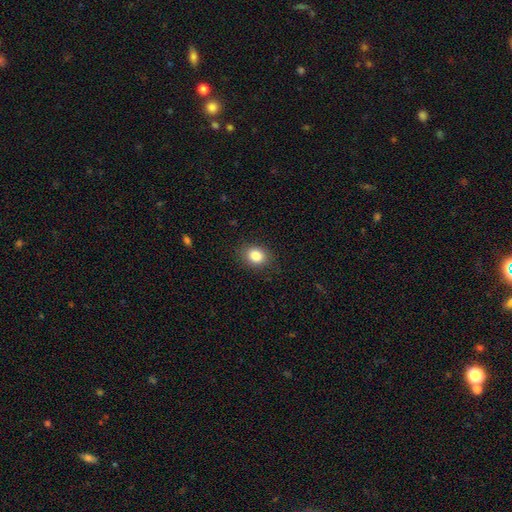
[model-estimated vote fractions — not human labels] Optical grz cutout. It shows a smooth galaxy with no disk features (84%) that is round (52%). Merging: none (87%).